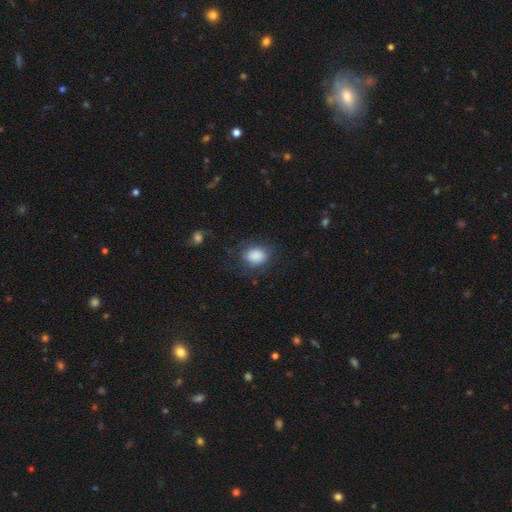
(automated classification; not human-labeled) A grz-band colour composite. It shows a smooth galaxy with no disk features (85%) that is in between round and cigar-shaped (58%). Merging: none (69%).